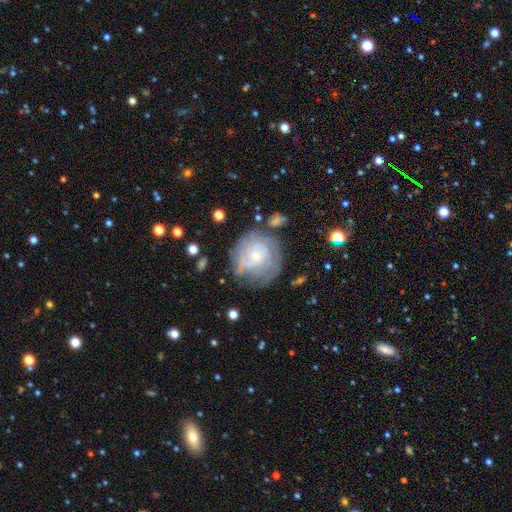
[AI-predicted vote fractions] featured or disk 71%, smooth 21%, star or artifact 8%. Down the decision tree: edge-on disk — no (97%); bar — no (75%); spiral arms — yes (83%); spiral arm count — can't tell (50%); spiral winding — tight (66%); bulge size — small (69%); merging — none (65%).